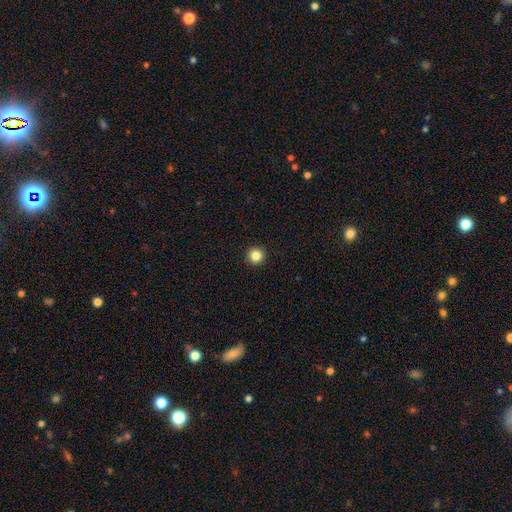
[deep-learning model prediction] Overall: smooth (84%). How rounded: round (96%). Merging: none (94%).